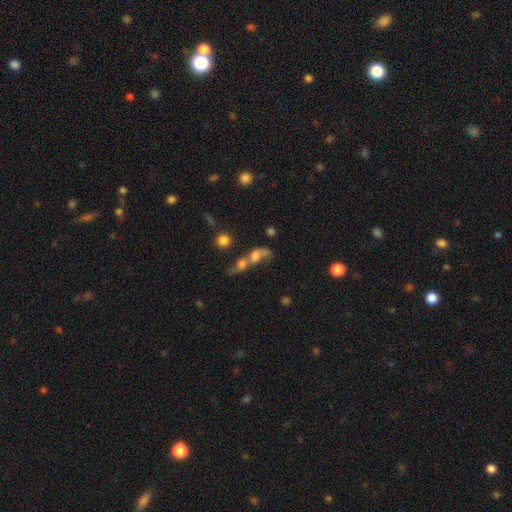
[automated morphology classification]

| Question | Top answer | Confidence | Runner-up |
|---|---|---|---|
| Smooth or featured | smooth | 49% | featured or disk (35%) |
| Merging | merger | 69% | none (13%) |